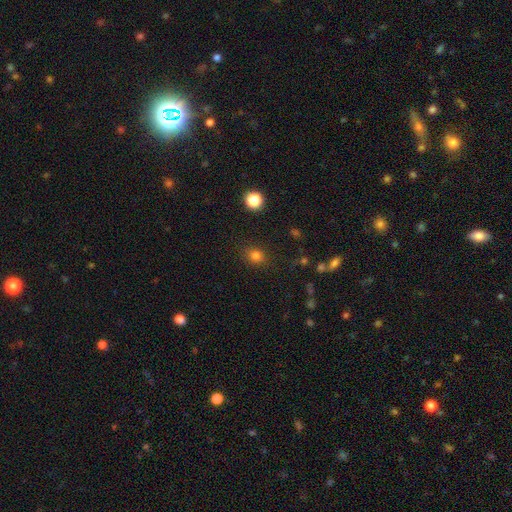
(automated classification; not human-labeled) A smooth galaxy with no disk features (80%) that is round (70%).

Vote fractions:
- Smooth or featured? smooth: 80% / star or artifact: 15% / featured or disk: 5%
- How rounded? round: 70% / in between: 29% / cigar-shaped: 1%
- Merging? none: 85% / minor disturbance: 10% / major disturbance: 3% / merger: 2%